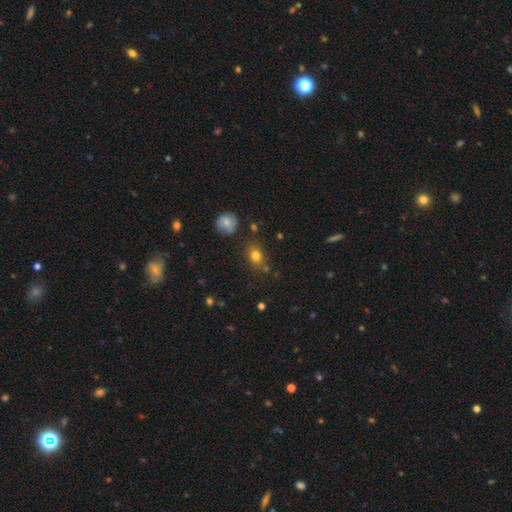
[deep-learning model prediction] smooth_or_featured: smooth (p=0.79) [alt: star or artifact p=0.13]
how_rounded: in between (p=0.59) [alt: round p=0.40]
merging: none (p=0.76) [alt: minor disturbance p=0.14]